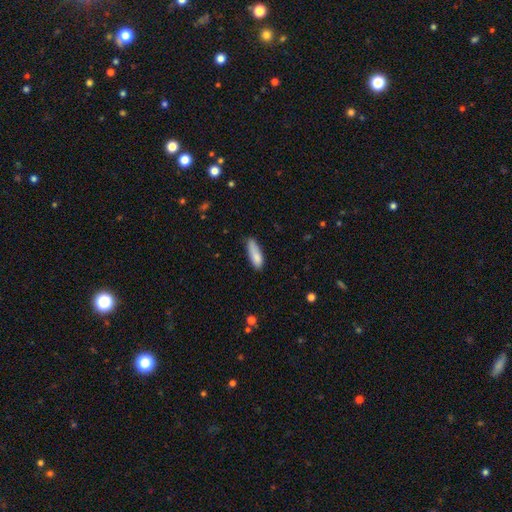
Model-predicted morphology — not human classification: A smooth galaxy with no disk features (83%) that is in between round and cigar-shaped (52%).

Vote fractions:
- Smooth or featured? smooth: 83% / featured or disk: 10% / star or artifact: 7%
- How rounded? in between: 52% / cigar-shaped: 46% / round: 2%
- Merging? none: 62% / minor disturbance: 29% / major disturbance: 6% / merger: 4%